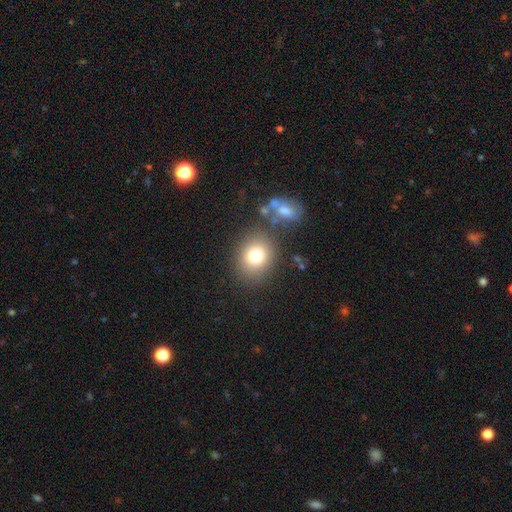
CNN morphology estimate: Smooth or featured: smooth — 78% (star or artifact — 12%)
How rounded: round — 69% (in between — 30%)
Merging: none — 76% (minor disturbance — 11%)